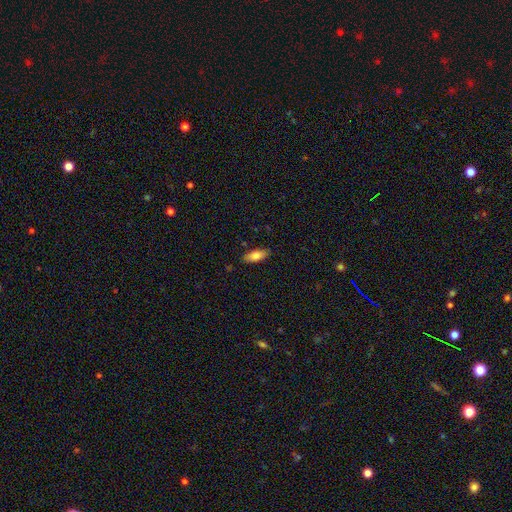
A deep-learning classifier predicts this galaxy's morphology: The model was most divided on "how rounded": in between: 78%, cigar-shaped: 20%, round: 2%. More confident: merging — none (85%); smooth or featured — smooth (78%).